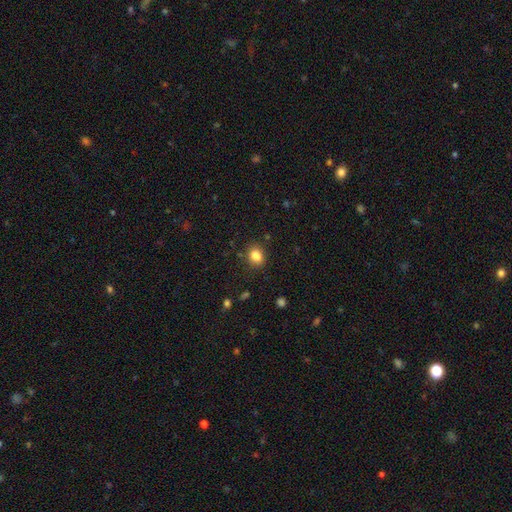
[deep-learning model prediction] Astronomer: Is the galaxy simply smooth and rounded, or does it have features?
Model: smooth — 85%.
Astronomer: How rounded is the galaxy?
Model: in between — 52% (runner-up: round, 46%).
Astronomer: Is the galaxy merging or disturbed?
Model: none — 80%.